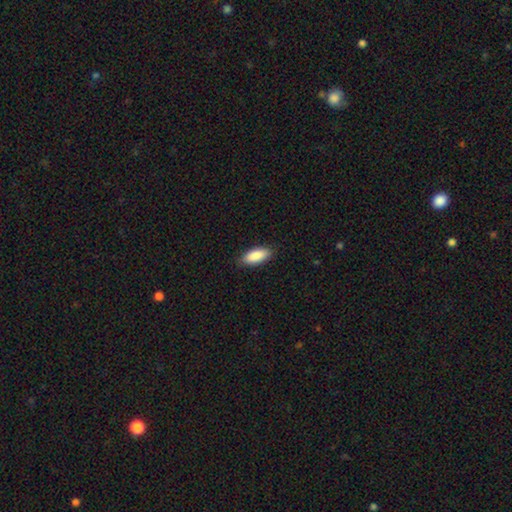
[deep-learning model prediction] Q: Smooth or featured?
A: smooth (89%); runner-up: star or artifact (6%)
Q: How rounded?
A: in between (82%); runner-up: cigar-shaped (16%)
Q: Merging?
A: none (87%); runner-up: minor disturbance (10%)